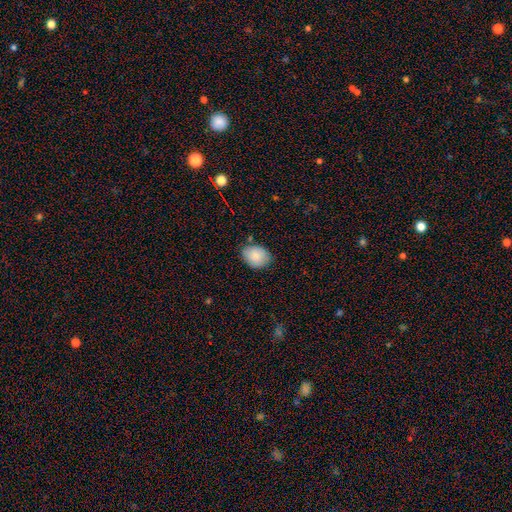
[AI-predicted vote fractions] Smooth or featured? Predicted: smooth (p=0.86). How rounded? Predicted: in between (p=0.59). Merging? Predicted: none (p=0.77).